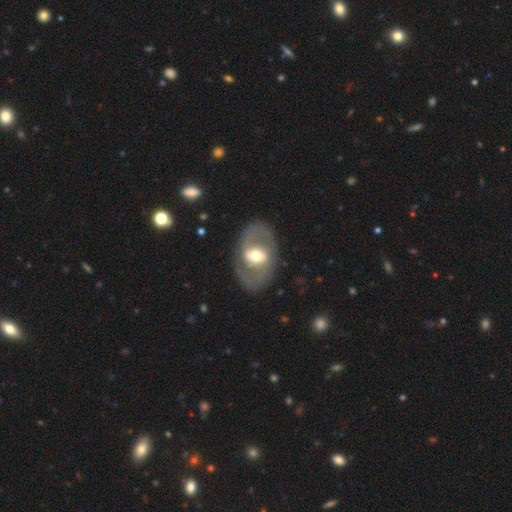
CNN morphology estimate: This is likely a featured or disk galaxy (71%). It is clearly not viewed edge-on (94%). Bar: marginally weak (43%). Spiral arm pattern: possibly yes (60%). Central bulge: likely moderate (68%). Merging: clearly none (81%).